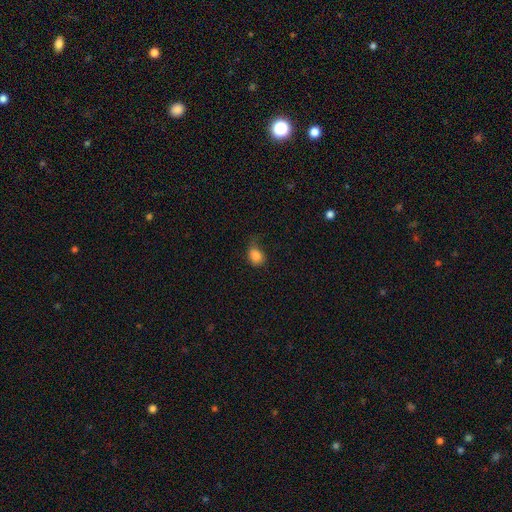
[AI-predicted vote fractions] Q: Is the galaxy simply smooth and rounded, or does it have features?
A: smooth — 82%.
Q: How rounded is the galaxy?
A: round — 50%.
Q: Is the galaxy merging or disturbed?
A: none — 44%.